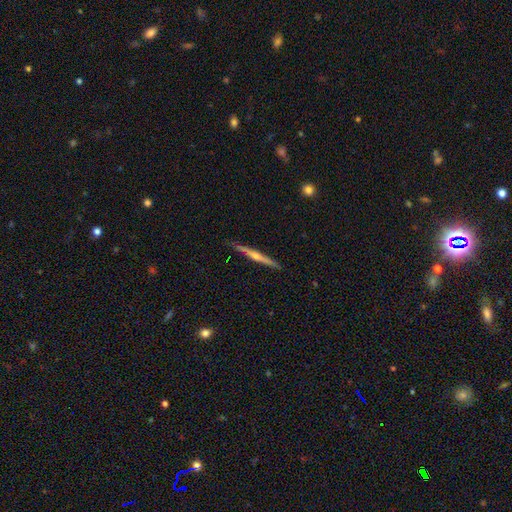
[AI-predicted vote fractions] A featured or disk galaxy (76%) viewed edge-on (98%) with a rounded central bulge (83%).

Vote fractions:
- Smooth or featured? featured or disk: 76% / smooth: 19% / star or artifact: 6%
- Edge-on disk? yes: 98% / no: 2%
- Edge-on bulge? rounded: 83% / none: 12% / boxy: 5%
- Merging? none: 88% / minor disturbance: 9% / major disturbance: 2% / merger: 1%